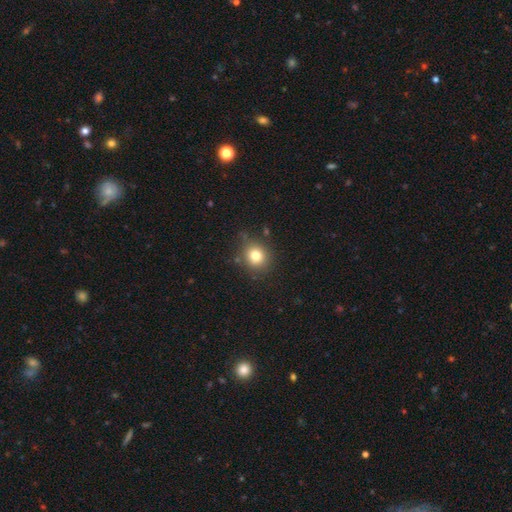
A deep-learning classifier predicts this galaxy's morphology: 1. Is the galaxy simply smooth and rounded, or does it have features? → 78% smooth, 13% star or artifact, 9% featured or disk.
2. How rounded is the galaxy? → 81% round, 18% in between, 1% cigar-shaped.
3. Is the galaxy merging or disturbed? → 80% none, 13% minor disturbance, 4% major disturbance, 3% merger.